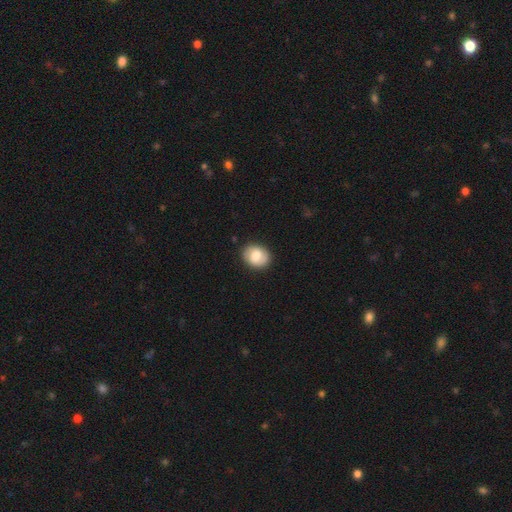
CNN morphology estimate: Overall: smooth (70%). How rounded: round (52%; in between 47%). Merging: none (86%).